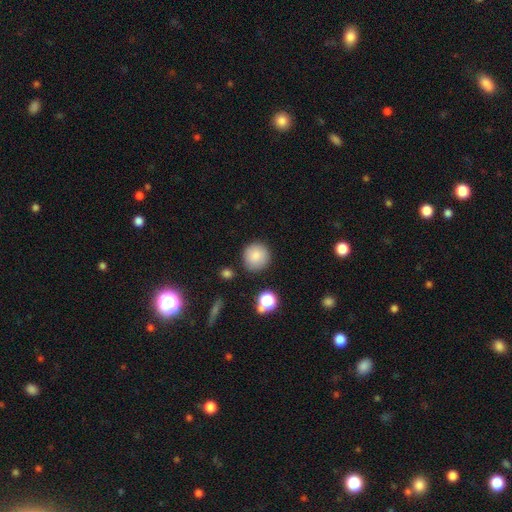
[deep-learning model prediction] A smooth galaxy with no disk features (85%) that is round (93%).

Vote fractions:
- Smooth or featured? smooth: 85% / star or artifact: 10% / featured or disk: 6%
- How rounded? round: 93% / in between: 6% / cigar-shaped: 1%
- Merging? none: 85% / minor disturbance: 9% / merger: 3% / major disturbance: 3%